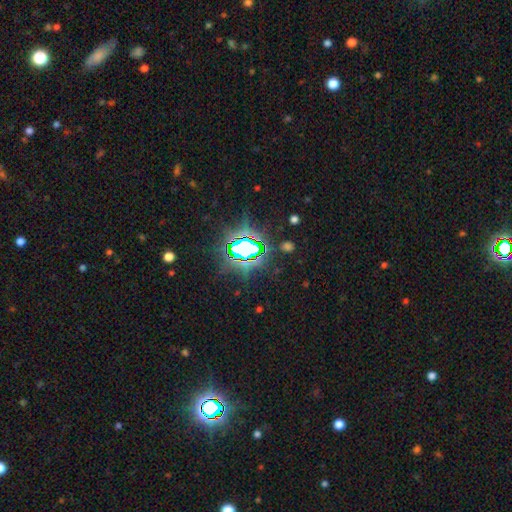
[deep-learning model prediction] Overall: star or artifact (81%).